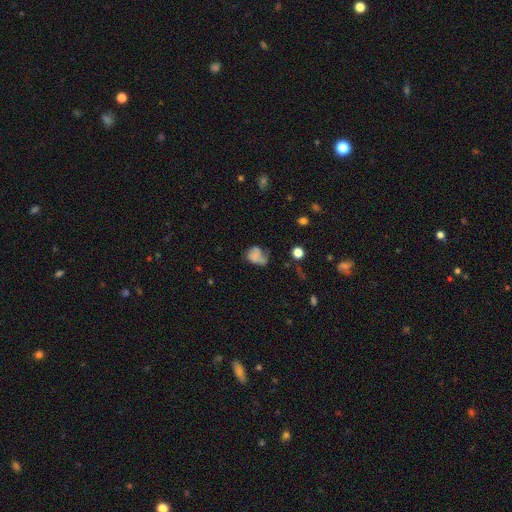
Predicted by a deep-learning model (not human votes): A smooth galaxy with no disk features (55%) that is in between round and cigar-shaped (63%).

Vote fractions:
- Smooth or featured? smooth: 55% / featured or disk: 31% / star or artifact: 13%
- How rounded? in between: 63% / round: 35% / cigar-shaped: 2%
- Merging? major disturbance: 35% / none: 30% / minor disturbance: 28% / merger: 8%